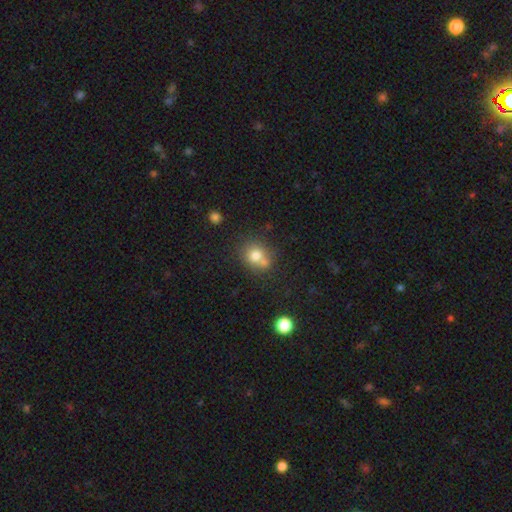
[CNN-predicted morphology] A smooth galaxy with no disk features (75%) that is round (79%). Merging: none (52%).